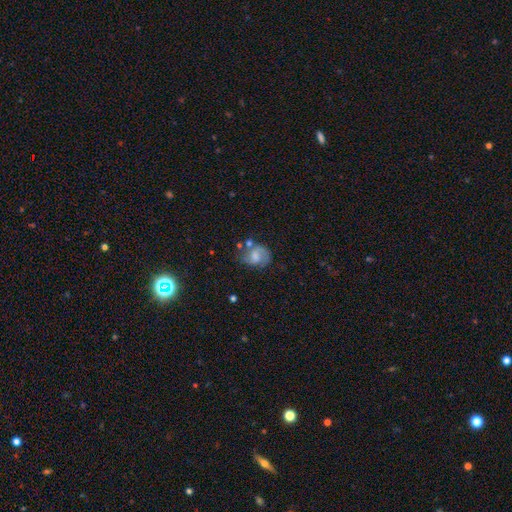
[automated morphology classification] featured or disk 53%, smooth 37%, star or artifact 10%. Down the decision tree: edge-on disk — no (97%); bar — no (46%); spiral arms — yes (79%); bulge size — moderate (39%); merging — none (49%).